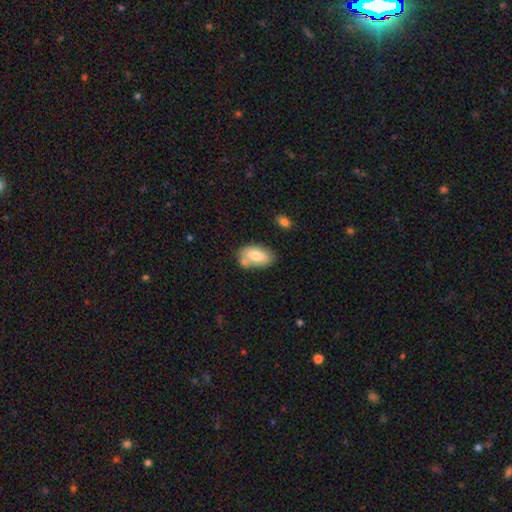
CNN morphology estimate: Smooth or featured? Predicted: smooth (p=0.77). How rounded? Predicted: in between (p=0.93). Merging? Predicted: none (p=0.59).